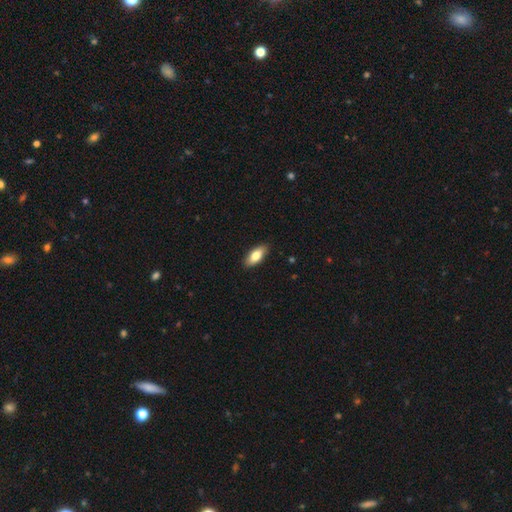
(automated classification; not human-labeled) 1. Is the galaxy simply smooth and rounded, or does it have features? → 79% smooth, 15% featured or disk, 6% star or artifact.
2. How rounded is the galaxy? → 84% in between, 14% cigar-shaped, 2% round.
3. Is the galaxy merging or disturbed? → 89% none, 9% minor disturbance, 2% major disturbance, 1% merger.